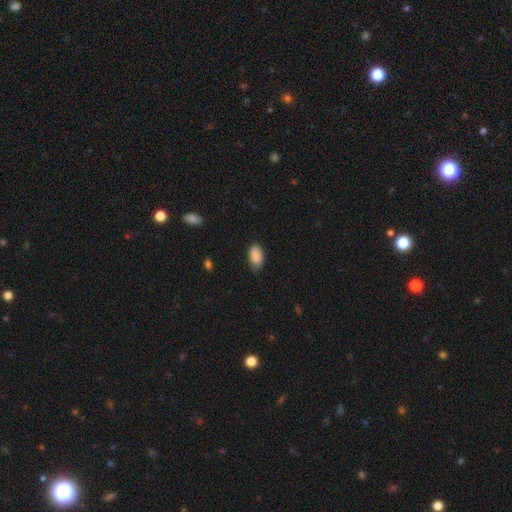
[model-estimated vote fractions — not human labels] Q: Smooth or featured?
A: smooth (89%); runner-up: star or artifact (7%)
Q: How rounded?
A: in between (94%); runner-up: round (3%)
Q: Merging?
A: none (78%); runner-up: minor disturbance (18%)